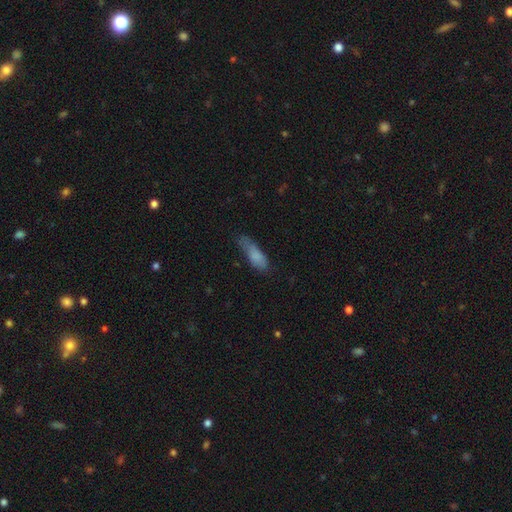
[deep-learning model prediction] Smooth or featured: smooth — 79% (featured or disk — 13%)
How rounded: in between — 49% (tied with cigar-shaped — 49%)
Merging: none — 44% (minor disturbance — 36%)